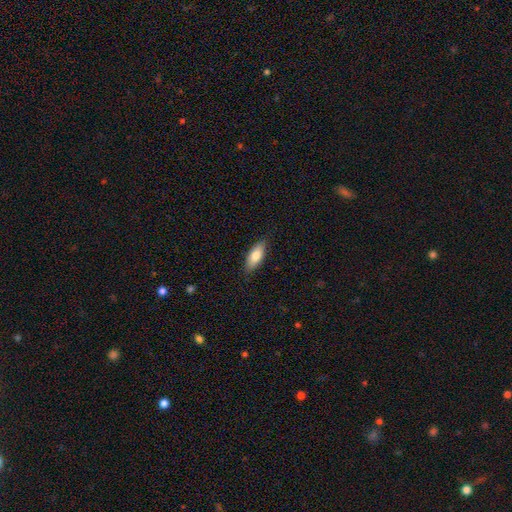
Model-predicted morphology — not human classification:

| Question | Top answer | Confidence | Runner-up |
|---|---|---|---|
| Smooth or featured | smooth | 78% | featured or disk (15%) |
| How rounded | in between | 78% | cigar-shaped (20%) |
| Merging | none | 86% | minor disturbance (11%) |